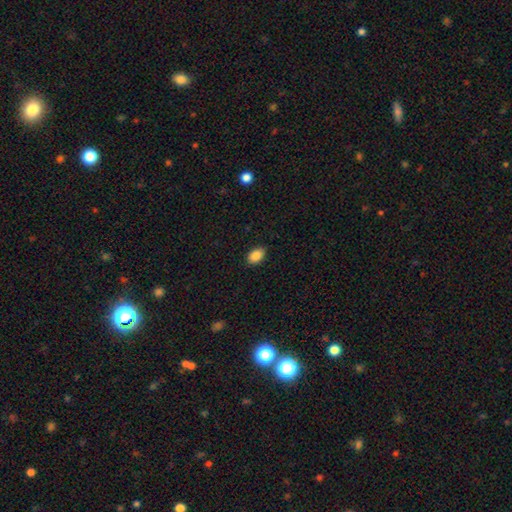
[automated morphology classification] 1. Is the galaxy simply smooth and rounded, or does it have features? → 88% smooth, 8% star or artifact, 4% featured or disk.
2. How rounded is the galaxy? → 87% in between, 12% round, 1% cigar-shaped.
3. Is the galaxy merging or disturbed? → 88% none, 9% minor disturbance, 2% major disturbance, 1% merger.